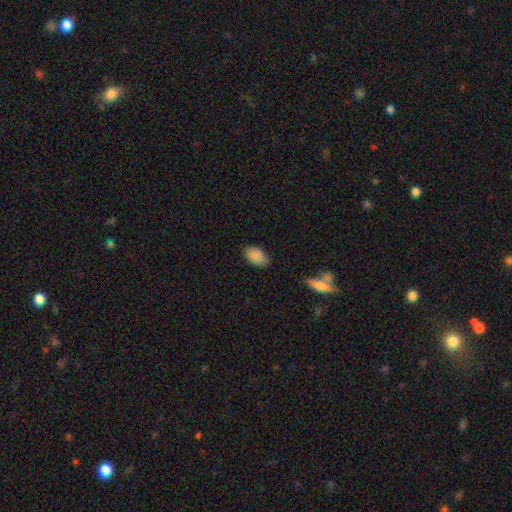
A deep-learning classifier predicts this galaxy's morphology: Smooth or featured? smooth (87%)
How rounded? in between (89%)
Merging? none (79%)